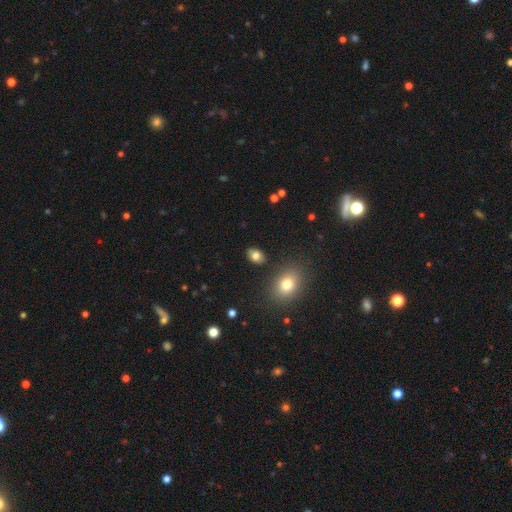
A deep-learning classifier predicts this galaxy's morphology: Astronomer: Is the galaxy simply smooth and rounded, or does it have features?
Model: smooth — 81%.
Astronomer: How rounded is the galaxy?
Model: in between — 75%.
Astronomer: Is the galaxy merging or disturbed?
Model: none — 86%.